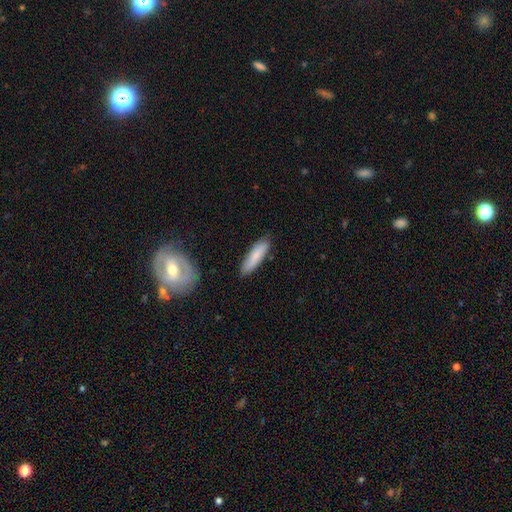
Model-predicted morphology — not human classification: Smooth or featured? smooth (78%)
How rounded? cigar-shaped (70%)
Merging? none (85%)